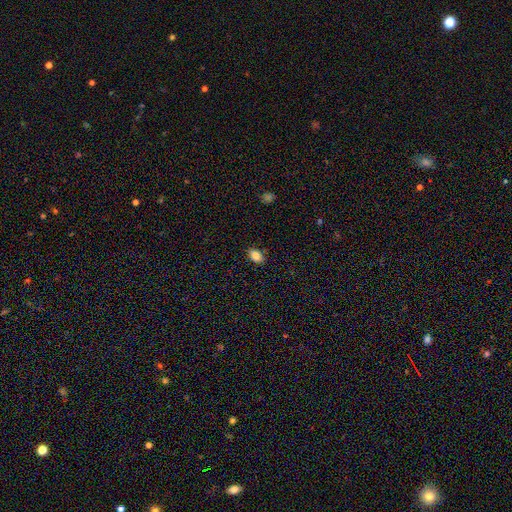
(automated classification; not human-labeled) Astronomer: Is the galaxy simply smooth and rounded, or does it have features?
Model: smooth — 85%.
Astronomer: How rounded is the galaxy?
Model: in between — 81%.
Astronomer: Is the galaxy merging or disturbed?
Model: none — 85%.